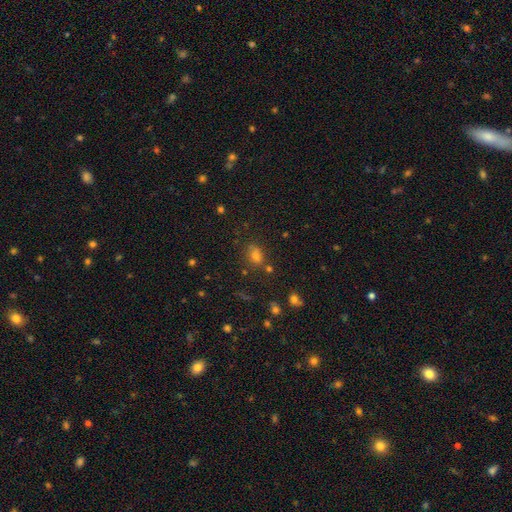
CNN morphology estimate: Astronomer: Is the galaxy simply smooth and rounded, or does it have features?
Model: smooth — 65%.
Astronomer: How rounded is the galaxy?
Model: in between — 70%.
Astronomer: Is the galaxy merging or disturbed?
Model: none — 71%.